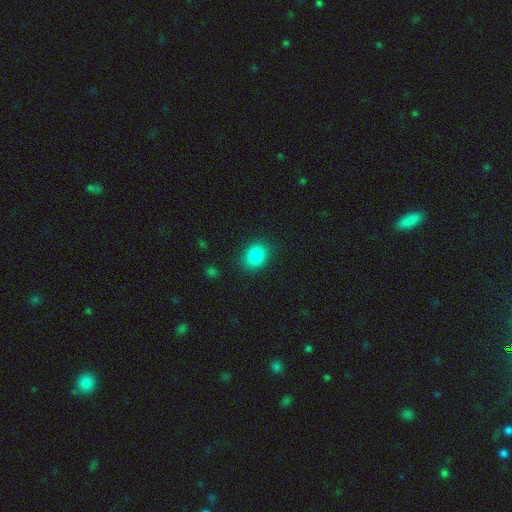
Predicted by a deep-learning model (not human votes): Smooth or featured? Predicted: smooth (p=0.85). How rounded? Predicted: round (p=0.51). Merging? Predicted: none (p=0.87).